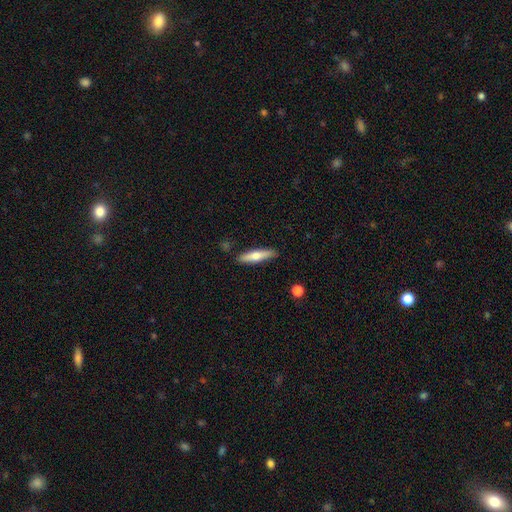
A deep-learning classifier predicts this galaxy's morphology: This is possibly a smooth galaxy (56%). How rounded: clearly cigar-shaped (80%). Merging: clearly none (86%).